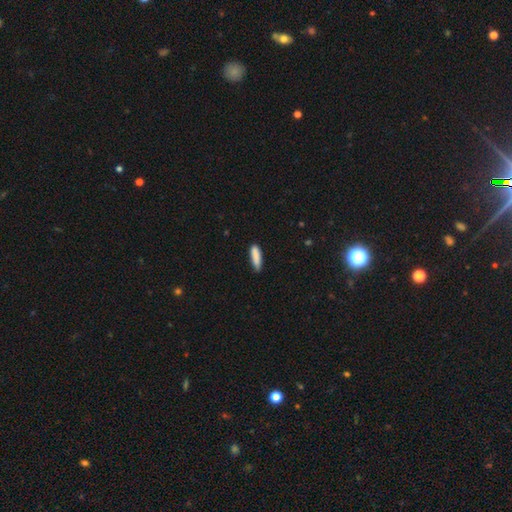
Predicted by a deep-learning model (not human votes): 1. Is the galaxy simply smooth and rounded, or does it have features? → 87% smooth, 6% star or artifact, 6% featured or disk.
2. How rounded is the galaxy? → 65% cigar-shaped, 33% in between, 1% round.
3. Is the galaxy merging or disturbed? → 76% none, 19% minor disturbance, 3% major disturbance, 2% merger.